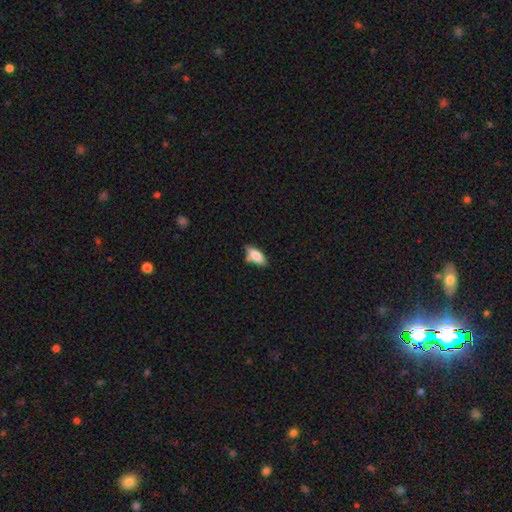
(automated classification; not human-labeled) smooth 81%, featured or disk 12%, star or artifact 7%. Down the decision tree: how rounded — in between (79%); merging — none (64%).